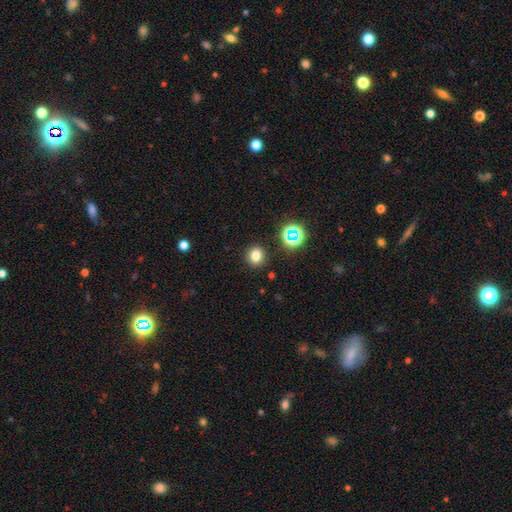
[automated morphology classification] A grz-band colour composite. It shows a smooth galaxy with no disk features (76%) that is round (79%). Merging: none (89%).